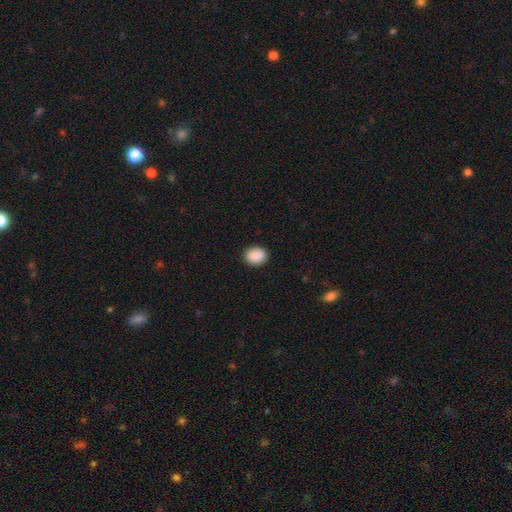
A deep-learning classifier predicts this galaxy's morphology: The model was most divided on "how rounded": round: 51%, in between: 48%, cigar-shaped: 1%. More confident: smooth or featured — smooth (90%); merging — none (90%).